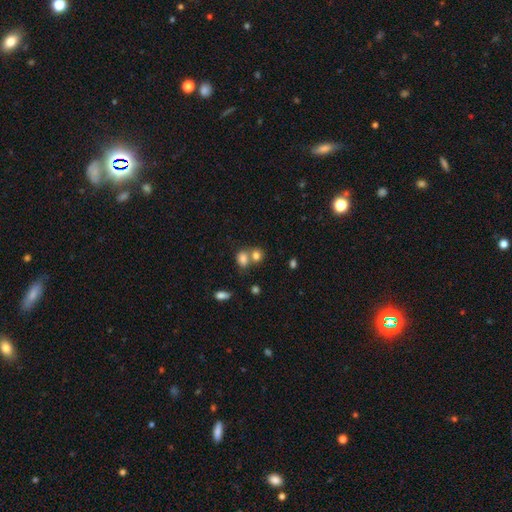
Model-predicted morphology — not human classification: This appears to be a smooth galaxy with no disk features (79%) that is round (57%). Merging: merger (50%).